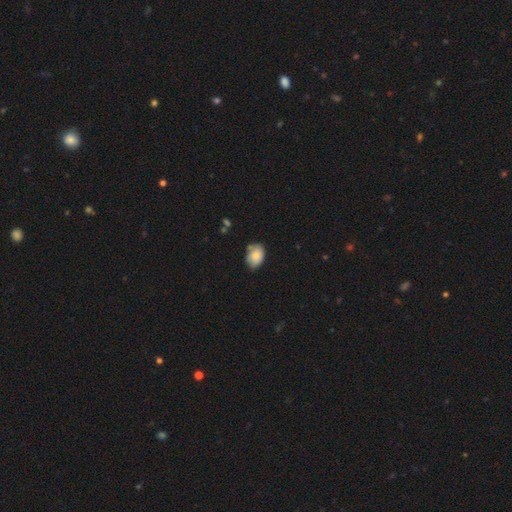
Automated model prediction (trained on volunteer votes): smooth_or_featured: smooth (p=0.81) [alt: featured or disk p=0.11]
how_rounded: in between (p=0.78) [alt: round p=0.21]
merging: none (p=0.61) [alt: minor disturbance p=0.31]